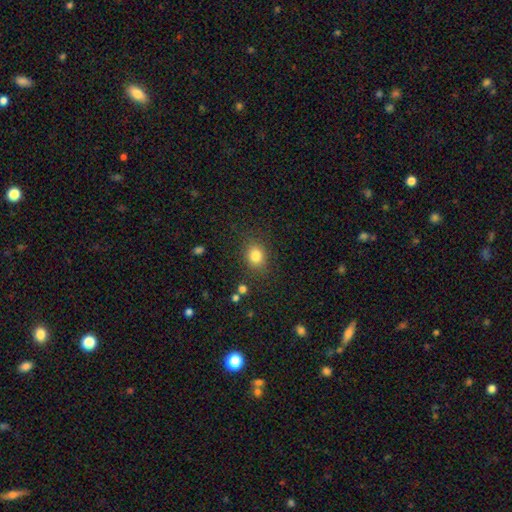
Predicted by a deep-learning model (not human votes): Smooth or featured?
  - smooth: 82% *
  - star or artifact: 11%
  - featured or disk: 6%
How rounded?
  - round: 58% *
  - in between: 41%
  - cigar-shaped: 1%
Merging?
  - none: 83% *
  - minor disturbance: 11%
  - major disturbance: 4%
  - merger: 2%